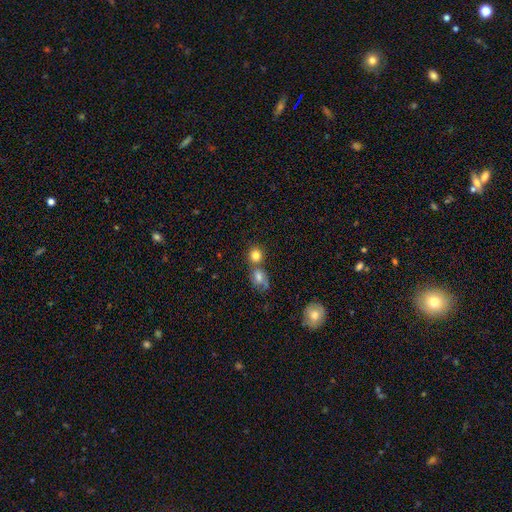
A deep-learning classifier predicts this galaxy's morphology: smooth_or_featured: smooth (p=0.81) [alt: star or artifact p=0.11]
how_rounded: round (p=0.81) [alt: in between p=0.18]
merging: none (p=0.53) [alt: merger p=0.36]